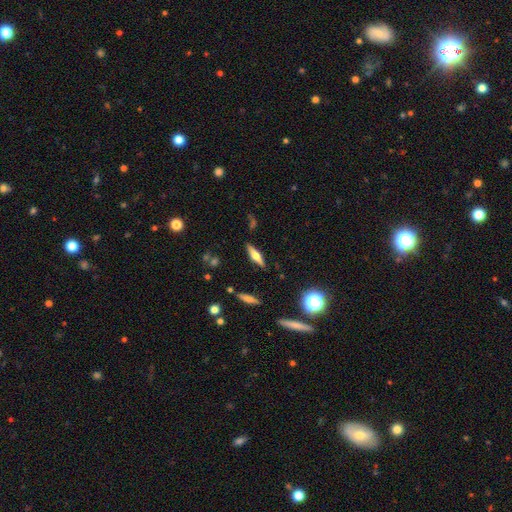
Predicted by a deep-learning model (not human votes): featured or disk 52%, smooth 40%, star or artifact 8%. Down the decision tree: edge-on disk — yes (93%); merging — none (85%).